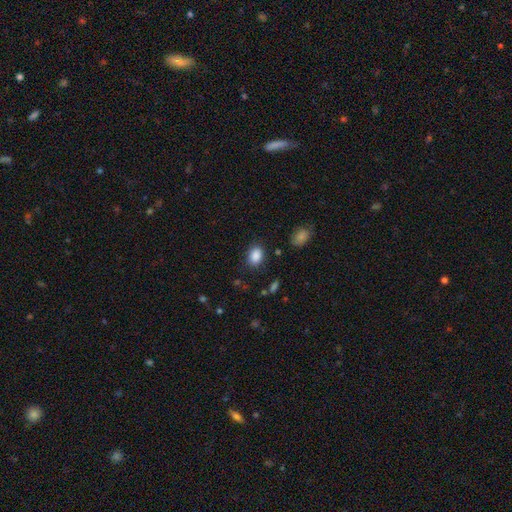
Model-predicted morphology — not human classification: Smooth or featured?
  - smooth: 87% *
  - star or artifact: 9%
  - featured or disk: 4%
How rounded?
  - in between: 76% *
  - round: 22%
  - cigar-shaped: 1%
Merging?
  - none: 82% *
  - minor disturbance: 12%
  - major disturbance: 4%
  - merger: 2%